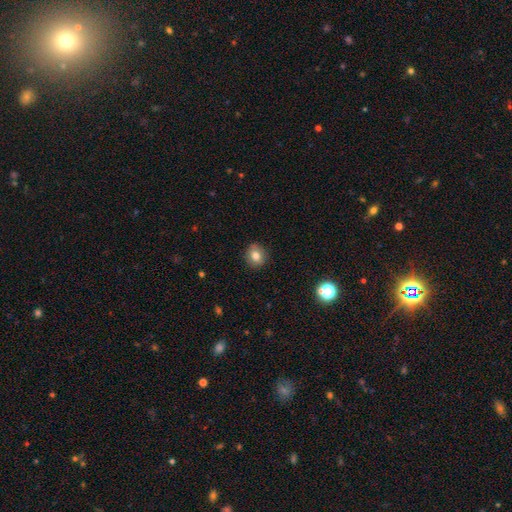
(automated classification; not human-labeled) Q: Smooth or featured?
A: smooth (81%); runner-up: star or artifact (10%)
Q: How rounded?
A: round (76%); runner-up: in between (23%)
Q: Merging?
A: none (89%); runner-up: minor disturbance (8%)